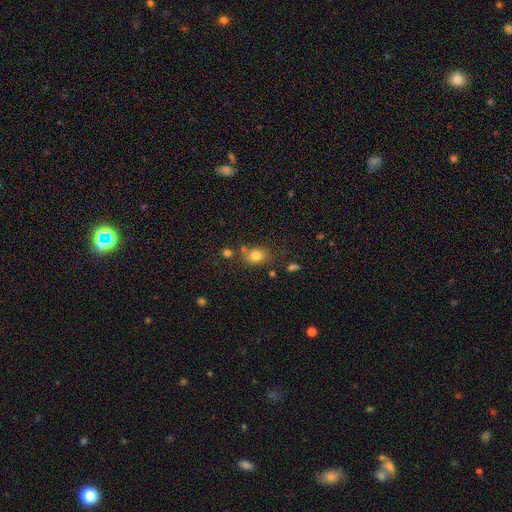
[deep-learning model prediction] Q: Smooth or featured?
A: smooth (78%); runner-up: star or artifact (13%)
Q: How rounded?
A: in between (55%); runner-up: round (44%)
Q: Merging?
A: none (68%); runner-up: minor disturbance (16%)